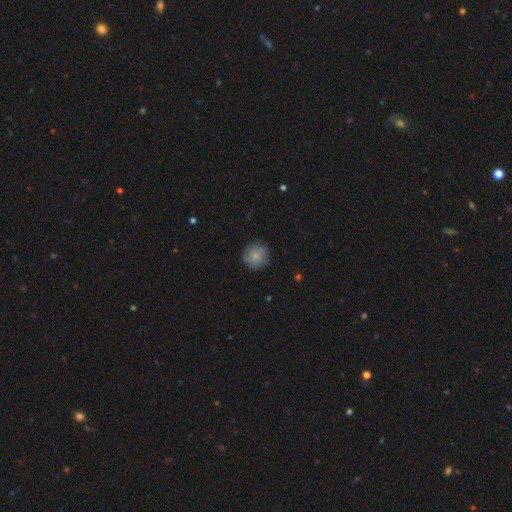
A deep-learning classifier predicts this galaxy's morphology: This is likely a smooth galaxy (77%). How rounded: clearly round (94%). Merging: clearly none (83%).